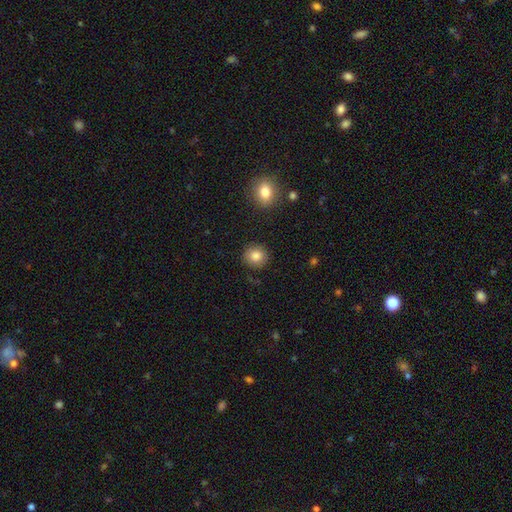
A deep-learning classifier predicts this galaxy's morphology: Smooth or featured? Predicted: smooth (p=0.84). How rounded? Predicted: round (p=0.89). Merging? Predicted: none (p=0.88).